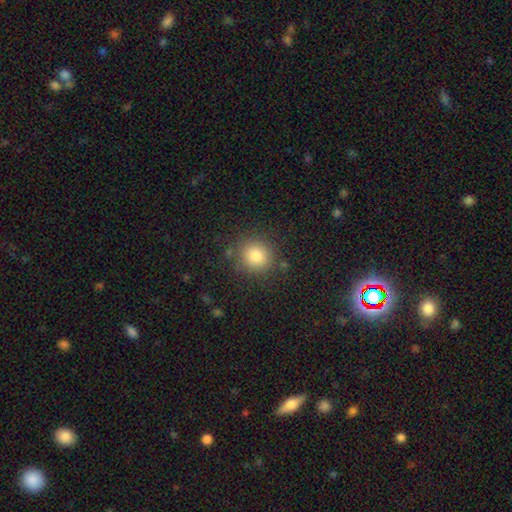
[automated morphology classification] smooth_or_featured: smooth (p=0.83) [alt: star or artifact p=0.11]
how_rounded: round (p=0.87) [alt: in between p=0.12]
merging: none (p=0.85) [alt: minor disturbance p=0.09]